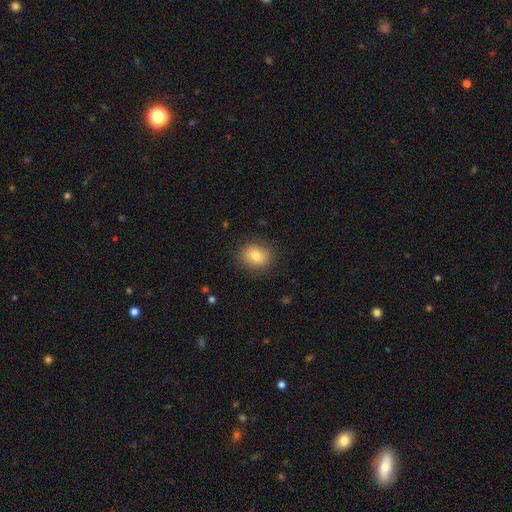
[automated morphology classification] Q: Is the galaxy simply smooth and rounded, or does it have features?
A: smooth — 79%.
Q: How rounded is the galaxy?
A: round — 53%.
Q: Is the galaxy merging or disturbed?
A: none — 85%.